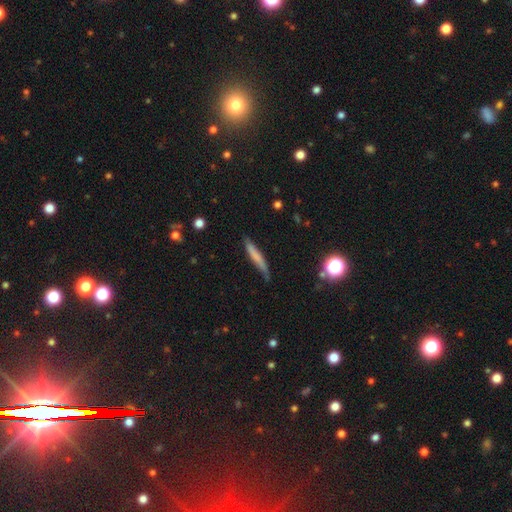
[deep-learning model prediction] smooth_or_featured: smooth (p=0.65) [alt: featured or disk p=0.27]
how_rounded: cigar-shaped (p=0.93) [alt: in between p=0.06]
merging: none (p=0.72) [alt: minor disturbance p=0.22]